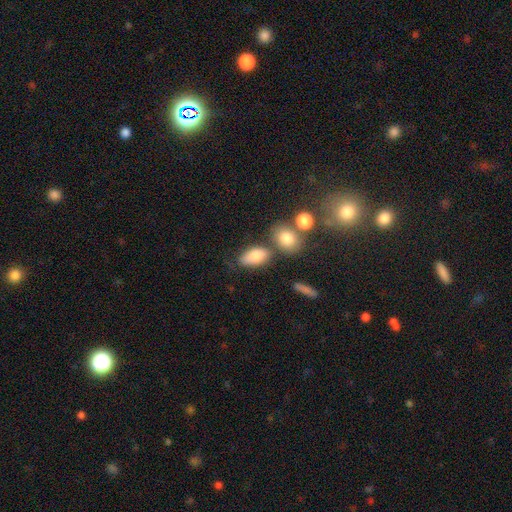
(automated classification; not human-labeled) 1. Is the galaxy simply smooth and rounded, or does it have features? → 81% smooth, 10% featured or disk, 9% star or artifact.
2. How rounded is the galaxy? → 88% in between, 8% round, 4% cigar-shaped.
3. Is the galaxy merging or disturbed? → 63% none, 16% minor disturbance, 16% merger, 5% major disturbance.